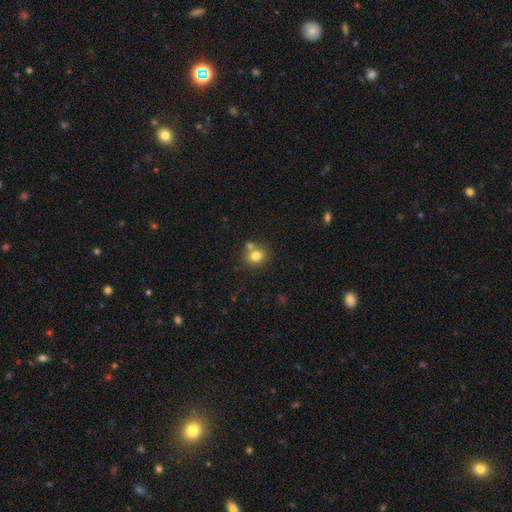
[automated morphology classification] smooth 78%, star or artifact 12%, featured or disk 10%. Down the decision tree: how rounded — round (76%); merging — none (59%).